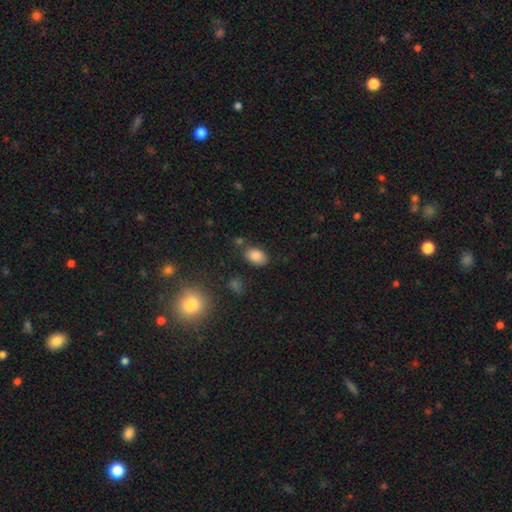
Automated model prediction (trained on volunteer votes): smooth_or_featured: smooth (p=0.85) [alt: star or artifact p=0.09]
how_rounded: in between (p=0.88) [alt: round p=0.11]
merging: none (p=0.78) [alt: minor disturbance p=0.13]